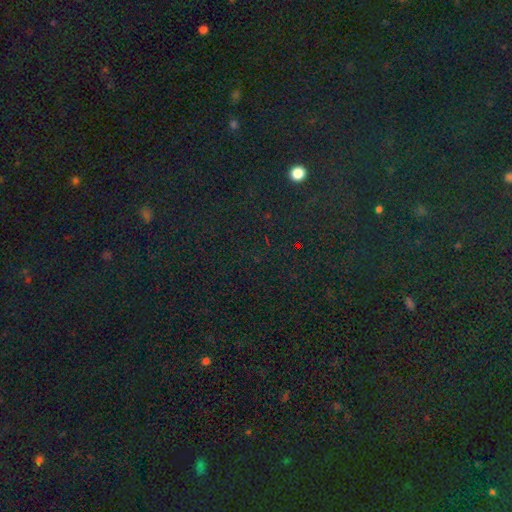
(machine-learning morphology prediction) A star or artifact, not a galaxy (82%).

Vote fractions:
- Smooth or featured? star or artifact: 82% / smooth: 12% / featured or disk: 7%